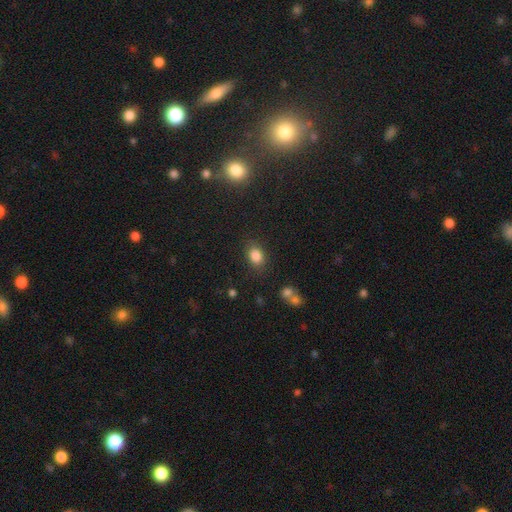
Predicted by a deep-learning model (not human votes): Q: Smooth or featured?
A: smooth (83%); runner-up: star or artifact (11%)
Q: How rounded?
A: in between (68%); runner-up: round (30%)
Q: Merging?
A: none (82%); runner-up: minor disturbance (12%)